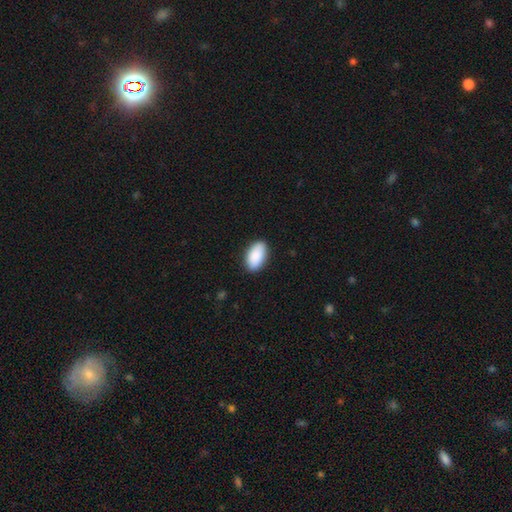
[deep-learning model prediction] smooth_or_featured: smooth (p=0.90) [alt: star or artifact p=0.06]
how_rounded: in between (p=0.95) [alt: round p=0.03]
merging: none (p=0.87) [alt: minor disturbance p=0.10]